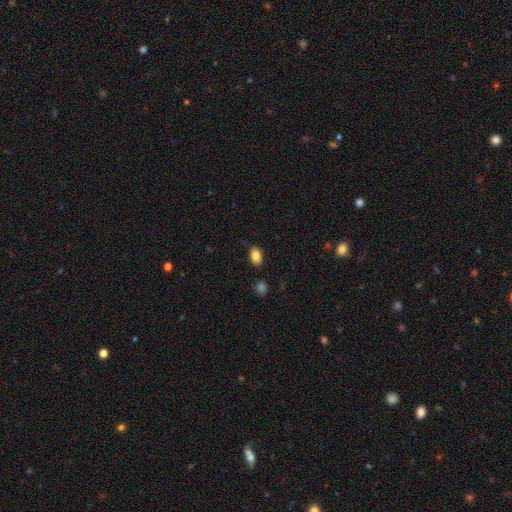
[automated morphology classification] Smooth or featured: smooth — 86% (star or artifact — 8%)
How rounded: in between — 88% (round — 10%)
Merging: none — 83% (minor disturbance — 12%)